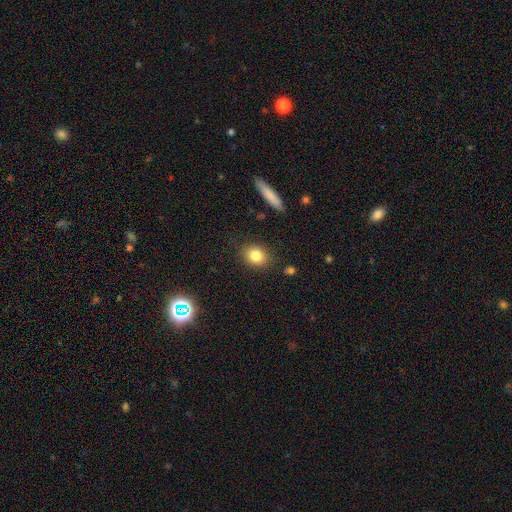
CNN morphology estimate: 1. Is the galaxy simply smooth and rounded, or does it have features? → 83% smooth, 9% star or artifact, 8% featured or disk.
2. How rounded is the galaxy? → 56% round, 42% in between, 2% cigar-shaped.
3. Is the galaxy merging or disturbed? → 86% none, 9% minor disturbance, 3% major disturbance, 2% merger.